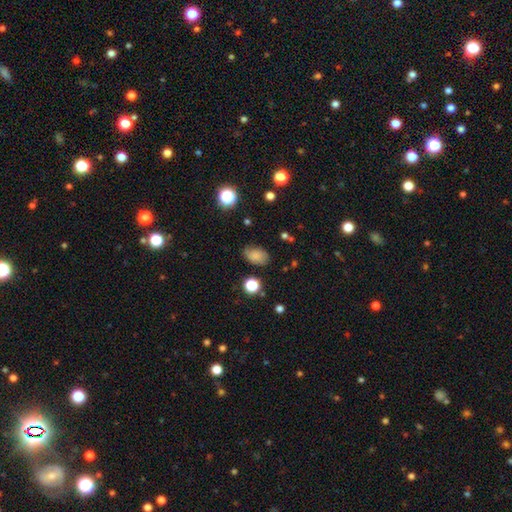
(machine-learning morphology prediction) A smooth galaxy with no disk features (77%) that is in between round and cigar-shaped (84%).

Vote fractions:
- Smooth or featured? smooth: 77% / star or artifact: 13% / featured or disk: 11%
- How rounded? in between: 84% / round: 15% / cigar-shaped: 1%
- Merging? none: 75% / minor disturbance: 19% / major disturbance: 5% / merger: 2%